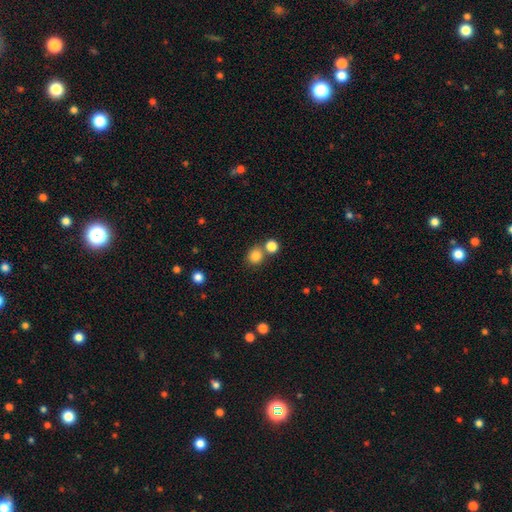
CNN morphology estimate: Smooth or featured? Predicted: smooth (p=0.83). How rounded? Predicted: round (p=0.82). Merging? Predicted: none (p=0.63).